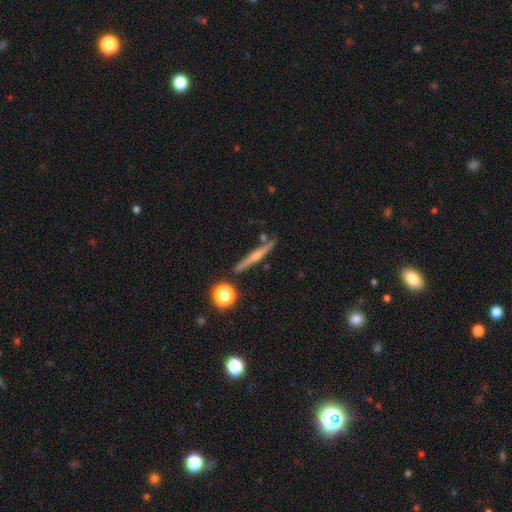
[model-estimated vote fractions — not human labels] featured or disk 58%, smooth 33%, star or artifact 8%. Down the decision tree: edge-on disk — yes (97%); edge-on bulge — rounded (68%); merging — none (86%).